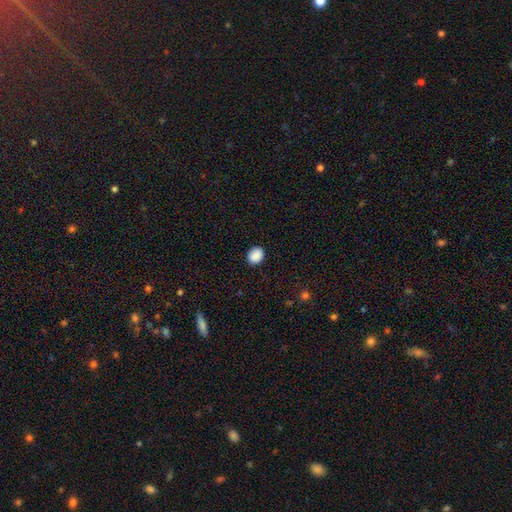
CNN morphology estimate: A smooth galaxy with no disk features (90%) that is round (53%).

Vote fractions:
- Smooth or featured? smooth: 90% / star or artifact: 8% / featured or disk: 2%
- How rounded? round: 53% / in between: 46% / cigar-shaped: 1%
- Merging? none: 89% / minor disturbance: 7% / major disturbance: 2% / merger: 1%